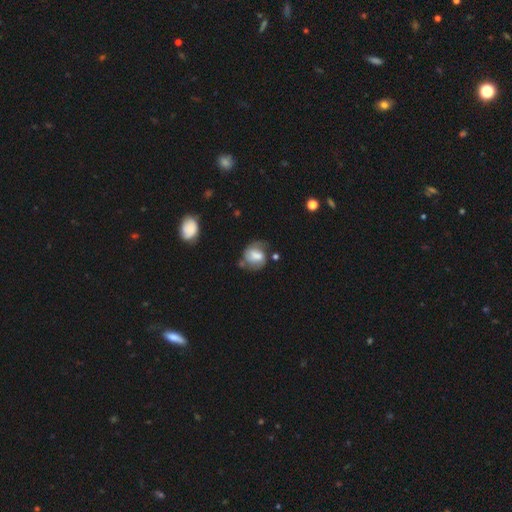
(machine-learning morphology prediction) This appears to be a featured or disk galaxy (47%). Merging: none (46%).